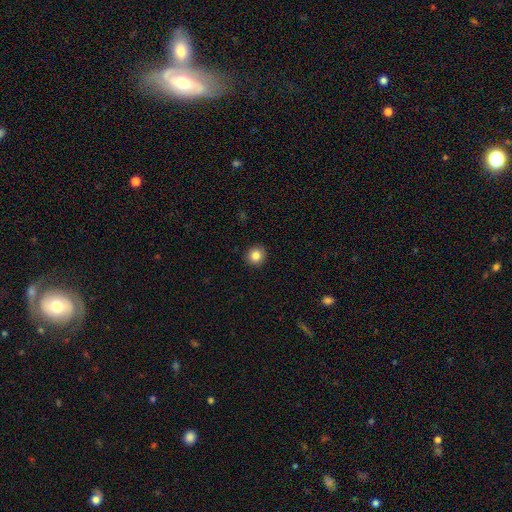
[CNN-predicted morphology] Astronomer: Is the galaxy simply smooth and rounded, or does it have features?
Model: smooth — 84%.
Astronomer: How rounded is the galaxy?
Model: round — 93%.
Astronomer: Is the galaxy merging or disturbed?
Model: none — 93%.